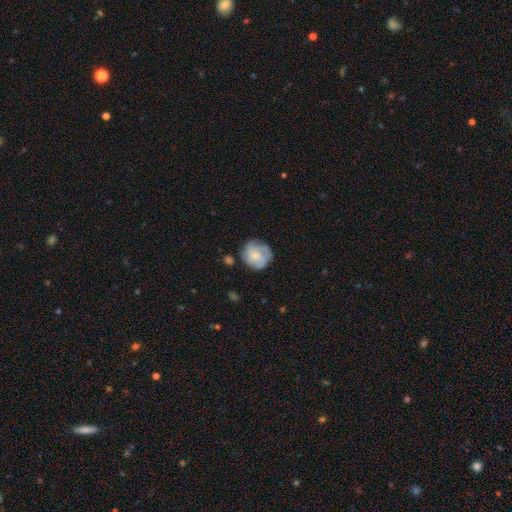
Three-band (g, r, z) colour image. It shows a smooth galaxy with no disk features (49%) that is round (100%). Merging: none (69%).